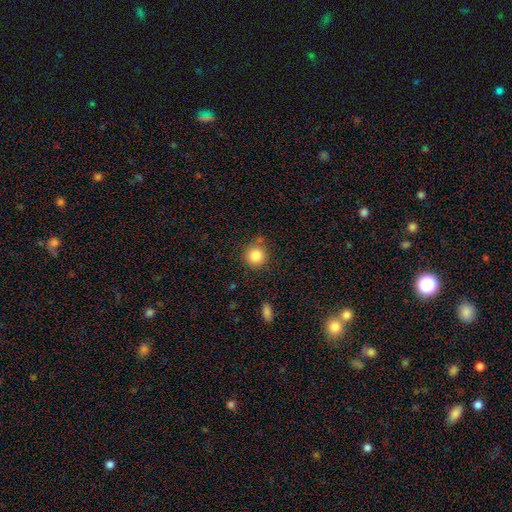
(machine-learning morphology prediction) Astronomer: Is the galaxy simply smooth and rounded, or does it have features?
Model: smooth — 84%.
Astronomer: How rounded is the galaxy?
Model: round — 92%.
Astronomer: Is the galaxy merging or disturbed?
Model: none — 81%.